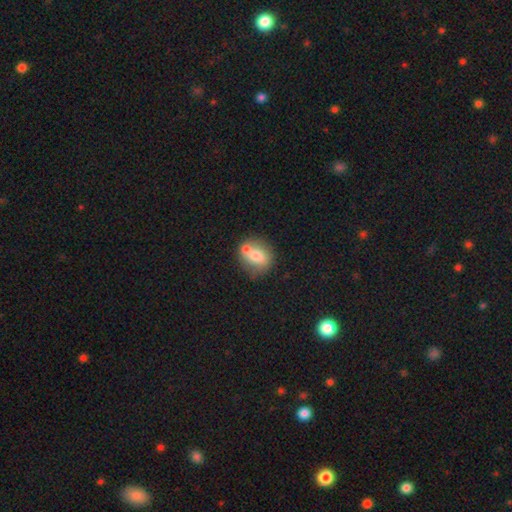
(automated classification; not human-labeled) Morphology: type=smooth (65%); roundness=round (58%); merging=none (51%).